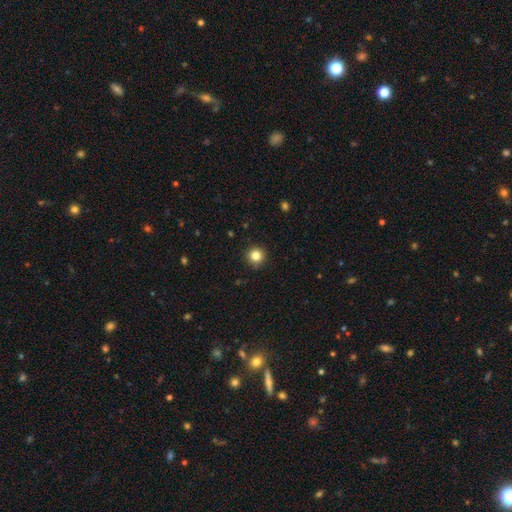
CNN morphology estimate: smooth_or_featured: smooth (p=0.84) [alt: star or artifact p=0.12]
how_rounded: round (p=0.95) [alt: in between p=0.04]
merging: none (p=0.91) [alt: minor disturbance p=0.06]